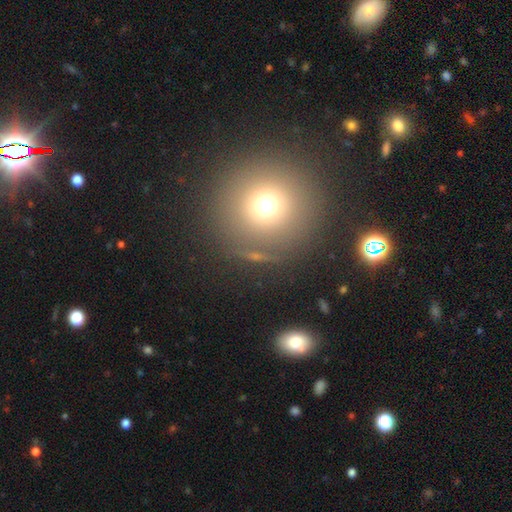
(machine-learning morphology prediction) Smooth or featured? Predicted: smooth (p=0.68). How rounded? Predicted: round (p=0.94). Merging? Predicted: none (p=0.85).